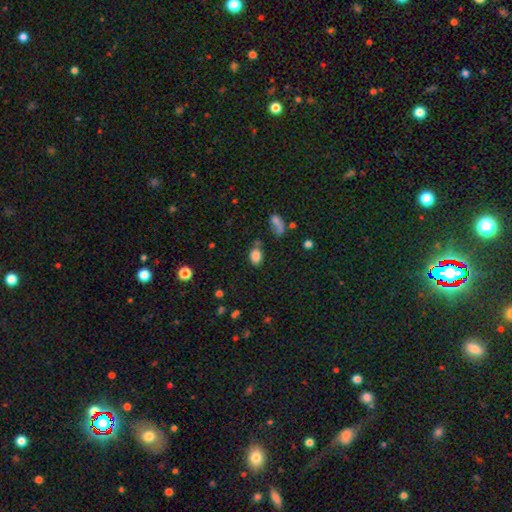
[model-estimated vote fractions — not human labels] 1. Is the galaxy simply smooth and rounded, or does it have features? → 83% smooth, 11% star or artifact, 7% featured or disk.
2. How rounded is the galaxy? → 75% in between, 24% round, 2% cigar-shaped.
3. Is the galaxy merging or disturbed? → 67% none, 18% minor disturbance, 9% merger, 7% major disturbance.